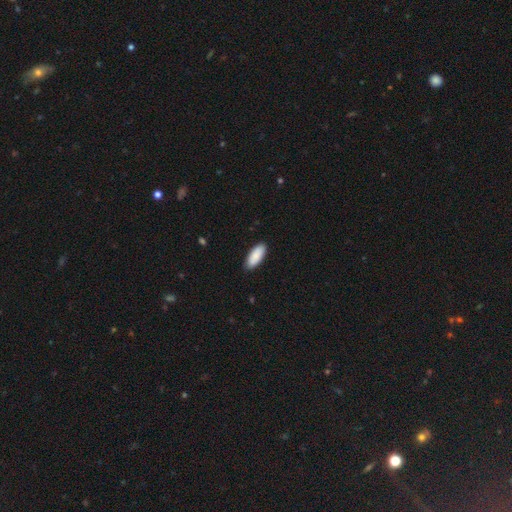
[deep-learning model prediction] A smooth galaxy with no disk features (89%) that is in between round and cigar-shaped (81%).

Vote fractions:
- Smooth or featured? smooth: 89% / star or artifact: 6% / featured or disk: 5%
- How rounded? in between: 81% / cigar-shaped: 17% / round: 1%
- Merging? none: 87% / minor disturbance: 10% / major disturbance: 2% / merger: 1%